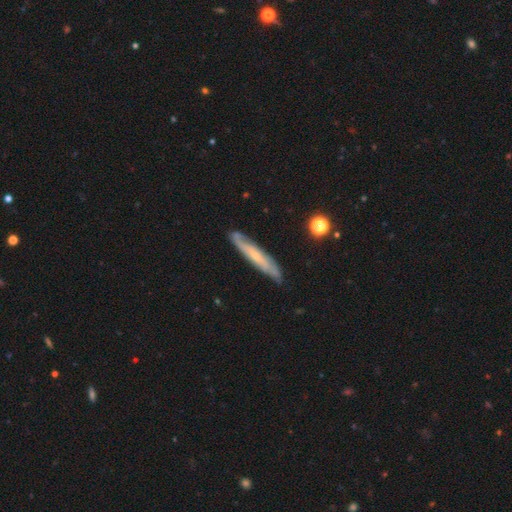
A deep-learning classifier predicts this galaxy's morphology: smooth-or-featured: featured or disk: 62% | smooth: 32% | star or artifact: 6%
  disk-edge-on: yes: 63% | no: 37%
  merging: none: 81% | minor disturbance: 14% | major disturbance: 3% | merger: 2%